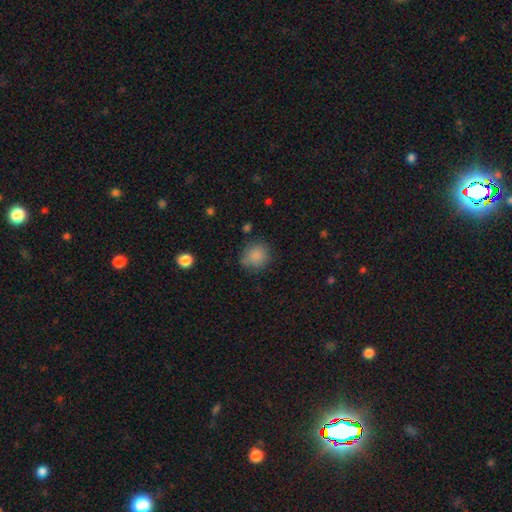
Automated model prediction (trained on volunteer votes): This is clearly a smooth galaxy (83%). How rounded: clearly round (82%). Merging: likely none (70%).